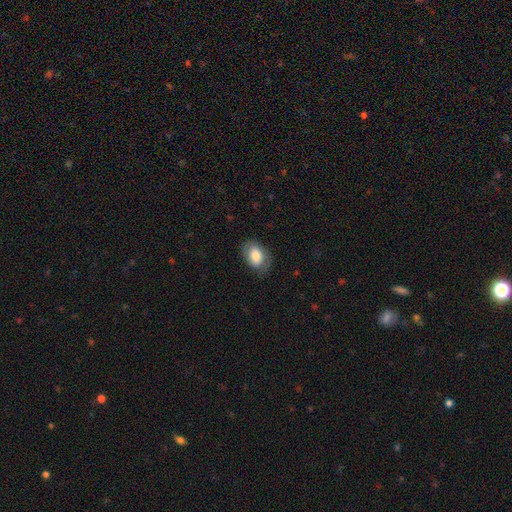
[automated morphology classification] Smooth or featured? Predicted: smooth (p=0.75). How rounded? Predicted: in between (p=0.82). Merging? Predicted: none (p=0.74).